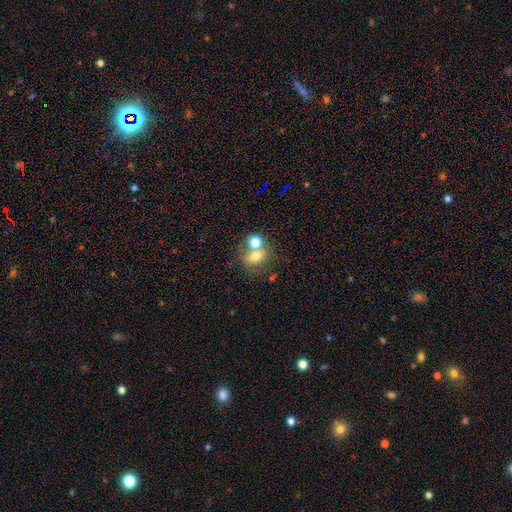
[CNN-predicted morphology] The model was most divided on "merging" (2-way tie): none: 43%, merger: 43%, minor disturbance: 9%, major disturbance: 5%. Remaining: smooth or featured — smooth (70%); how rounded — round (50%).